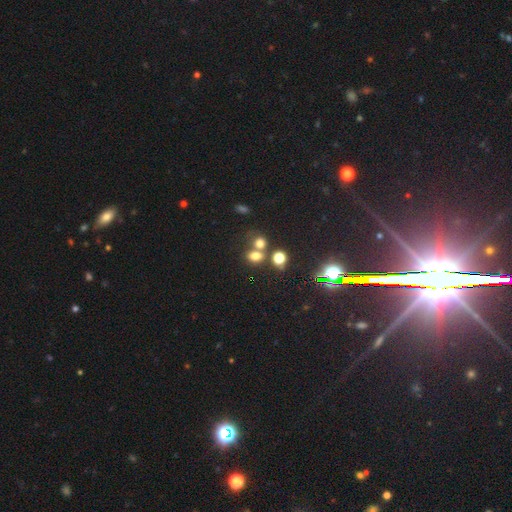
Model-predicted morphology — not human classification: smooth 68%, star or artifact 22%, featured or disk 10%. Down the decision tree: how rounded — in between (52%); merging — none (45%).